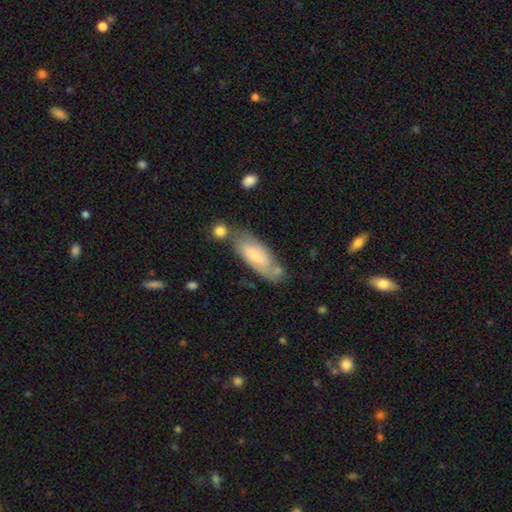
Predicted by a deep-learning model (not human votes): A smooth galaxy with no disk features (58%) that is in between round and cigar-shaped (67%). Merging: none (56%).